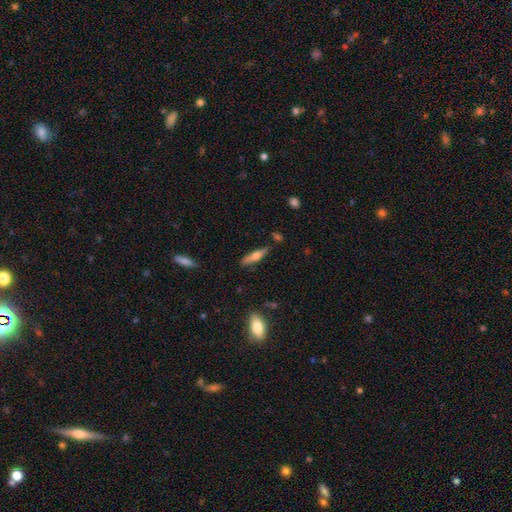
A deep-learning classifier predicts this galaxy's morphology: Q: Smooth or featured?
A: smooth (51%); runner-up: featured or disk (42%)
Q: How rounded?
A: cigar-shaped (77%); runner-up: in between (21%)
Q: Merging?
A: none (81%); runner-up: minor disturbance (13%)